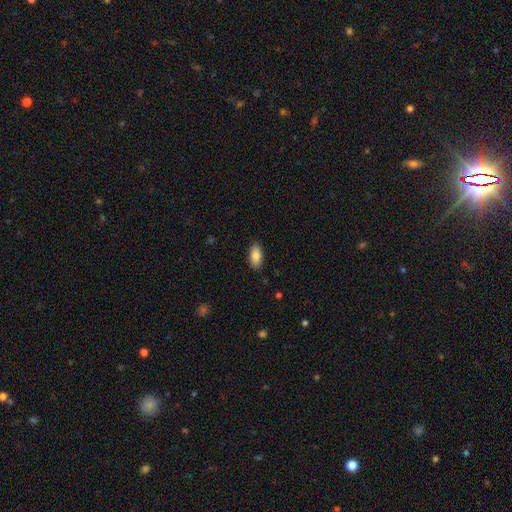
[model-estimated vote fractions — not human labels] Smooth or featured?
  - smooth: 83% *
  - featured or disk: 10%
  - star or artifact: 7%
How rounded?
  - in between: 90% *
  - cigar-shaped: 7%
  - round: 3%
Merging?
  - none: 88% *
  - minor disturbance: 10%
  - major disturbance: 2%
  - merger: 1%